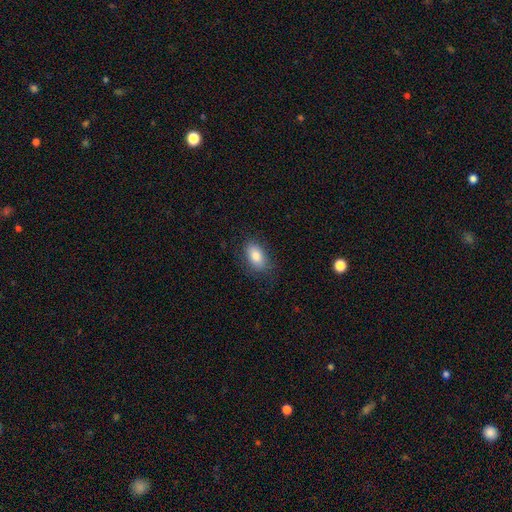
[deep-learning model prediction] This appears to be a smooth galaxy with no disk features (82%) that is in between round and cigar-shaped (89%). Merging: none (80%).